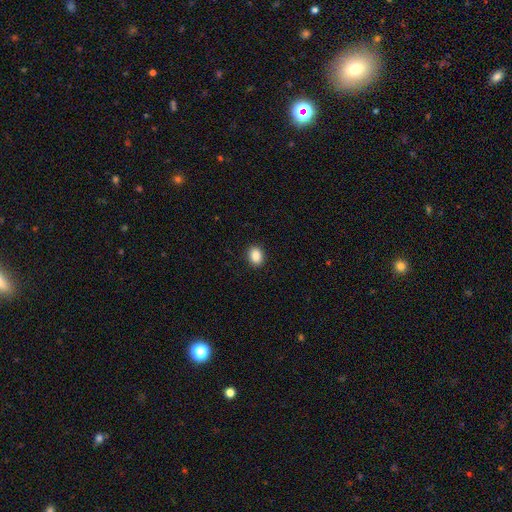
Volunteers were most divided on "how rounded": in between: 68%, round: 32%, cigar-shaped: 0%. More confident: smooth or featured — smooth (97%); merging — none (92%).